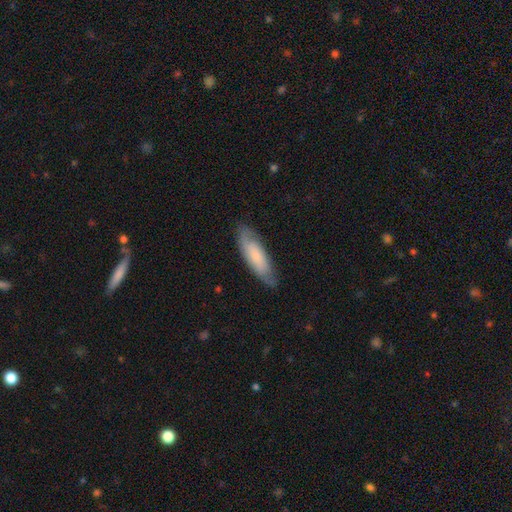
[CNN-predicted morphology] This appears to be a smooth galaxy with no disk features (64%) that is cigar-shaped (52%). Merging: none (78%).